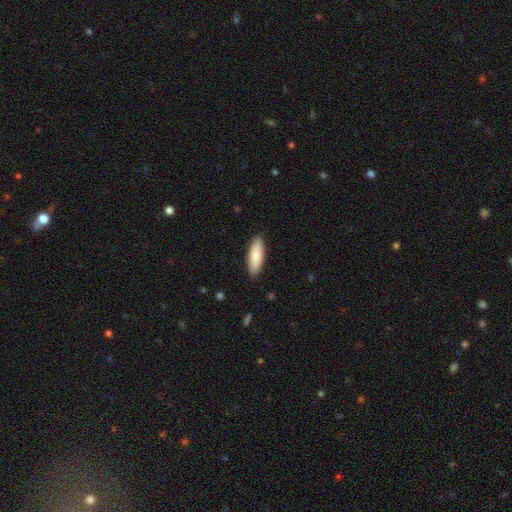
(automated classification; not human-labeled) Morphology: type=smooth (82%); roundness=in between (56%); merging=none (89%).